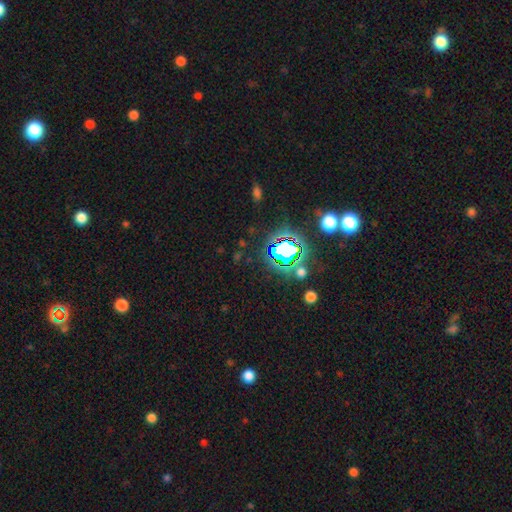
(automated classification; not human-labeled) A star or artifact, not a galaxy (79%).

Vote fractions:
- Smooth or featured? star or artifact: 79% / smooth: 12% / featured or disk: 9%